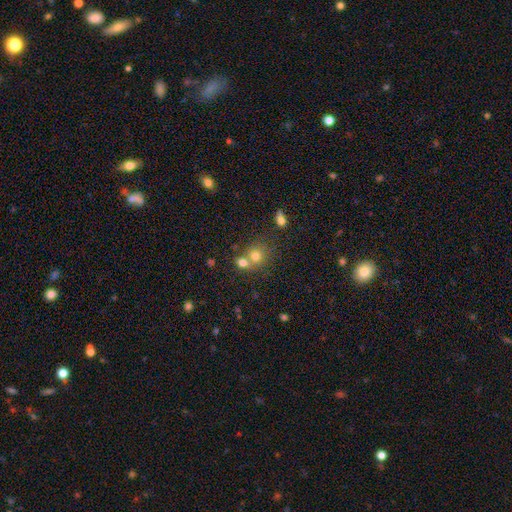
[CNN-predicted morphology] A smooth galaxy with no disk features (74%) that is round (76%).

Vote fractions:
- Smooth or featured? smooth: 74% / star or artifact: 14% / featured or disk: 12%
- How rounded? round: 76% / in between: 23% / cigar-shaped: 1%
- Merging? merger: 48% / none: 41% / minor disturbance: 8% / major disturbance: 3%